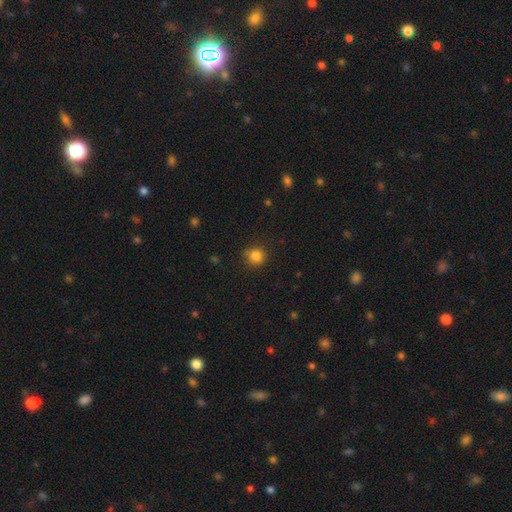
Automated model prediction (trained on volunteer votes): Smooth or featured? Predicted: smooth (p=0.83). How rounded? Predicted: round (p=0.91). Merging? Predicted: none (p=0.83).